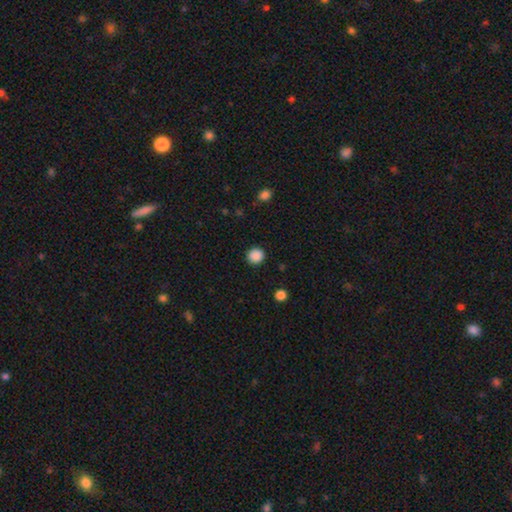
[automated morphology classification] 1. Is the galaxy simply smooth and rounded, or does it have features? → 88% smooth, 10% star or artifact, 2% featured or disk.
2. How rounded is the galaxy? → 92% round, 7% in between, 1% cigar-shaped.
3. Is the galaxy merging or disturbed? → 91% none, 5% minor disturbance, 2% major disturbance, 1% merger.